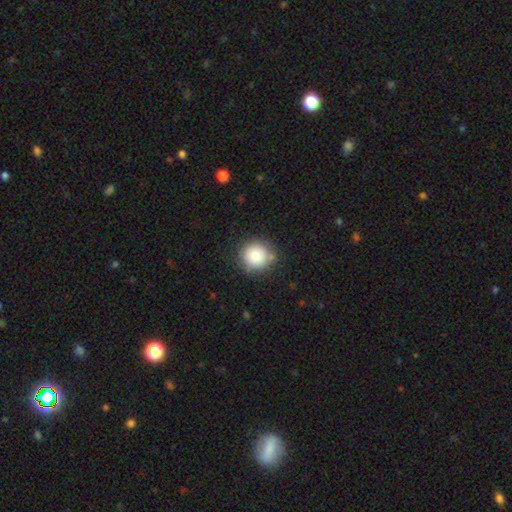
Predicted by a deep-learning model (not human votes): Morphology: type=smooth (83%); roundness=round (93%); merging=none (82%).